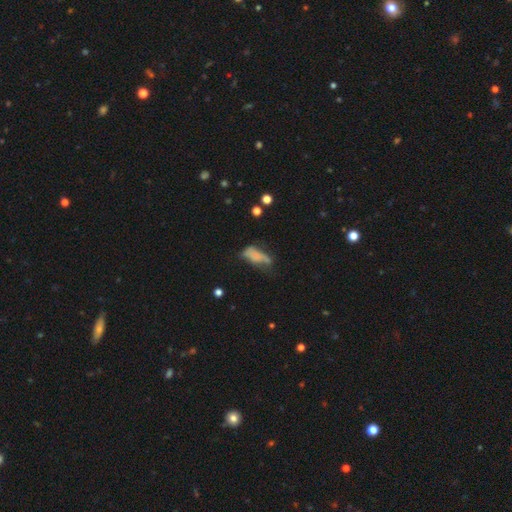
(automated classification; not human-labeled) smooth 63%, featured or disk 24%, star or artifact 12%. Down the decision tree: how rounded — in between (78%); merging — major disturbance (34%).